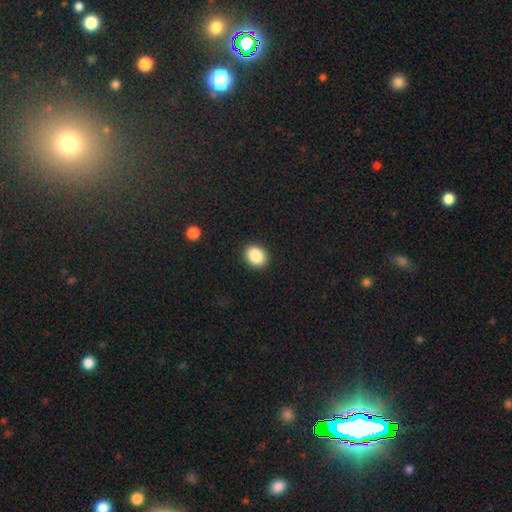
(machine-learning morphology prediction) Q: Smooth or featured?
A: smooth (87%); runner-up: star or artifact (9%)
Q: How rounded?
A: in between (55%); runner-up: round (44%)
Q: Merging?
A: none (90%); runner-up: minor disturbance (7%)